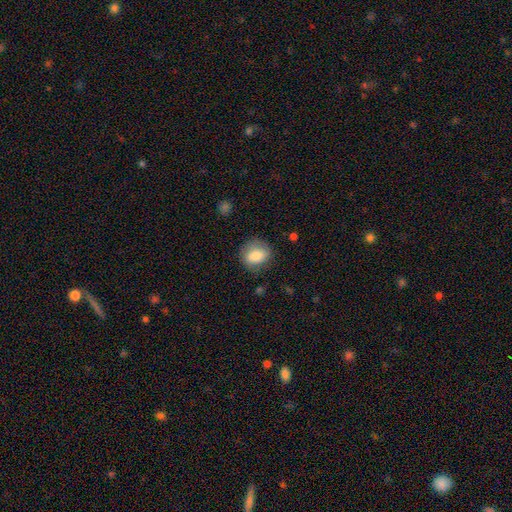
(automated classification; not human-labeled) Overall: smooth (79%). How rounded: round (62%; in between 36%). Merging: none (75%).